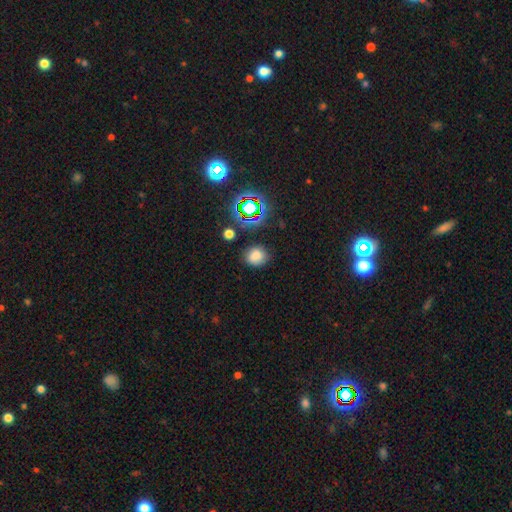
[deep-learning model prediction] smooth 75%, star or artifact 17%, featured or disk 7%. Down the decision tree: how rounded — round (68%); merging — none (78%).